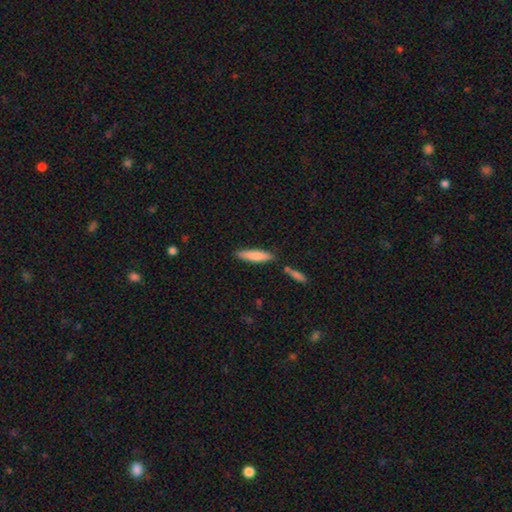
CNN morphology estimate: smooth_or_featured: smooth (p=0.80) [alt: featured or disk p=0.14]
how_rounded: cigar-shaped (p=0.77) [alt: in between p=0.21]
merging: none (p=0.81) [alt: minor disturbance p=0.11]